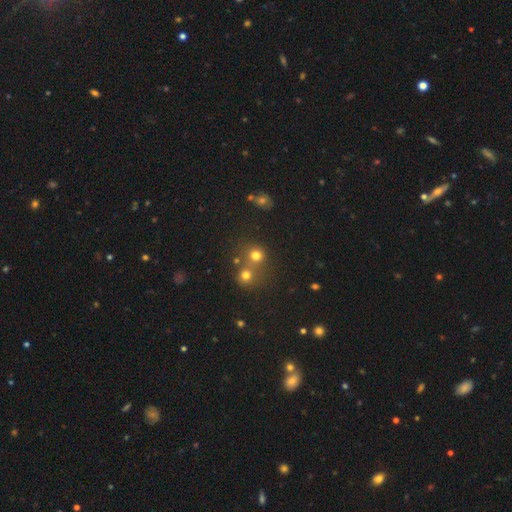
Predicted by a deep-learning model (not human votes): Overall: smooth (71%). How rounded: round (85%). Merging: none (51%; merger 37%).